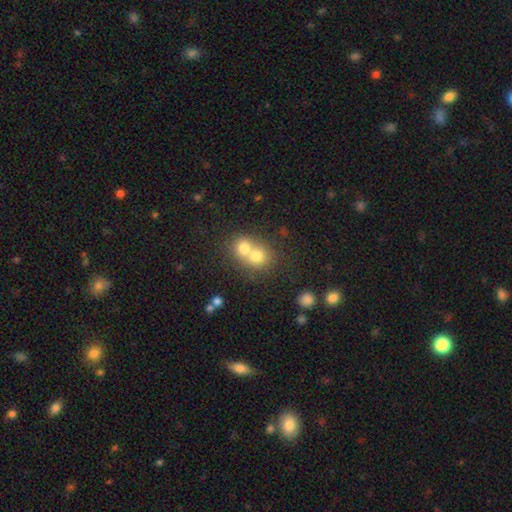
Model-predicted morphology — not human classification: Smooth or featured? smooth (72%)
How rounded? round (77%)
Merging? merger (68%)